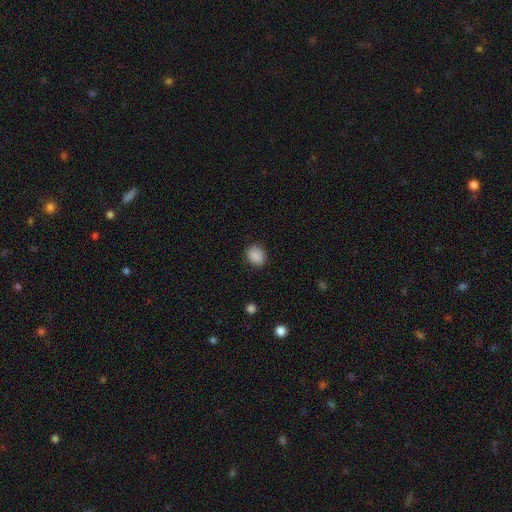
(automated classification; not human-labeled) Smooth or featured? Predicted: smooth (p=0.87). How rounded? Predicted: round (p=0.63). Merging? Predicted: none (p=0.85).